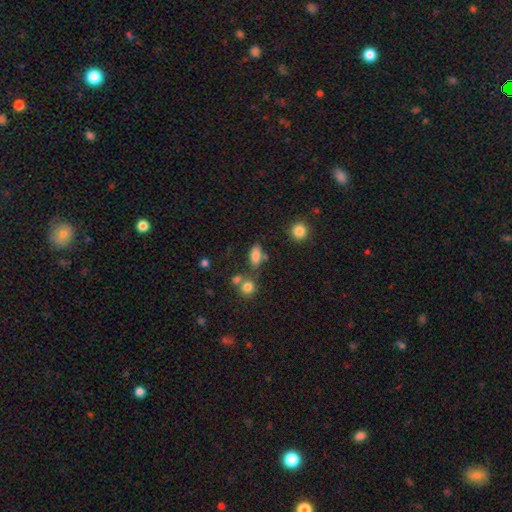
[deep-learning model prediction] The model was most divided on "merging": none: 60%, minor disturbance: 17%, merger: 17%, major disturbance: 6%. More confident: how rounded — in between (84%); smooth or featured — smooth (81%).